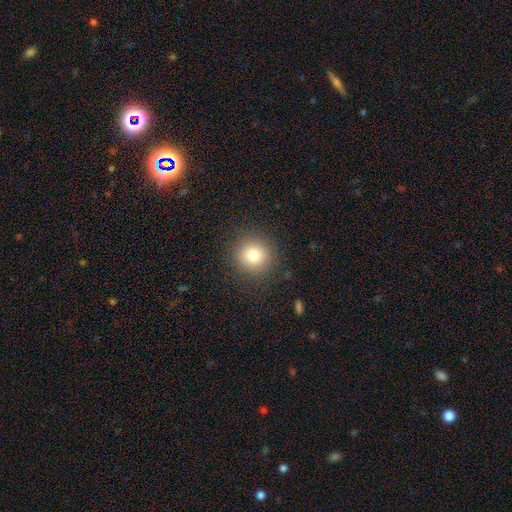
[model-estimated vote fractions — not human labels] smooth-or-featured: smooth: 81% | star or artifact: 11% | featured or disk: 8%
  how-rounded: round: 92% | in between: 7% | cigar-shaped: 1%
  merging: none: 89% | minor disturbance: 7% | major disturbance: 3% | merger: 1%